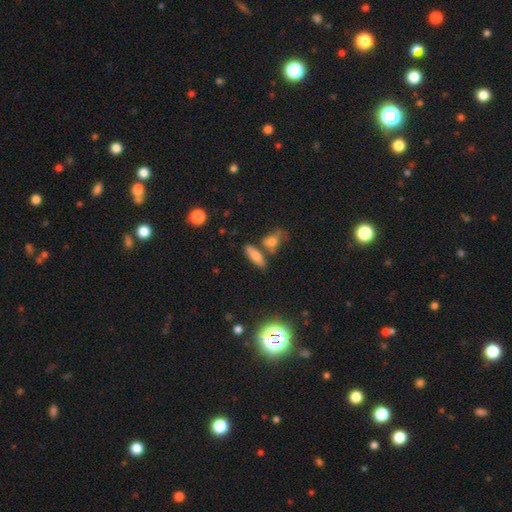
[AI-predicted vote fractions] Smooth or featured? Predicted: smooth (p=0.74). How rounded? Predicted: in between (p=0.62). Merging? Predicted: none (p=0.65).